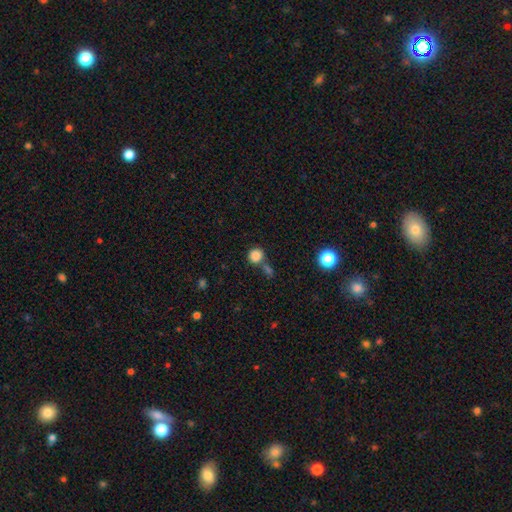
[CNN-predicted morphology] This is clearly a smooth galaxy (84%). How rounded: clearly round (89%). Merging: likely none (61%).